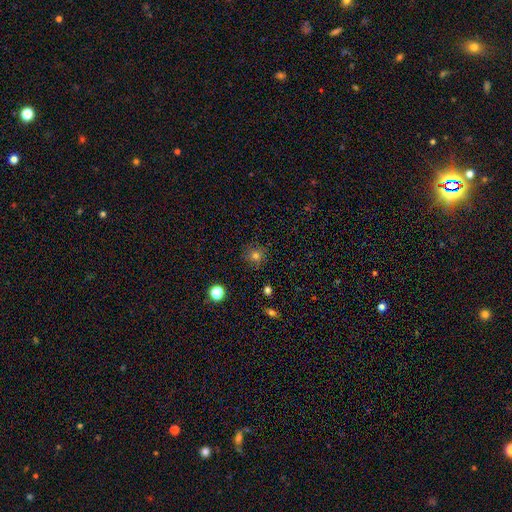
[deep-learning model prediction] A smooth galaxy with no disk features (75%) that is round (92%).

Vote fractions:
- Smooth or featured? smooth: 75% / star or artifact: 17% / featured or disk: 8%
- How rounded? round: 92% / in between: 7% / cigar-shaped: 1%
- Merging? none: 85% / minor disturbance: 11% / major disturbance: 3% / merger: 2%